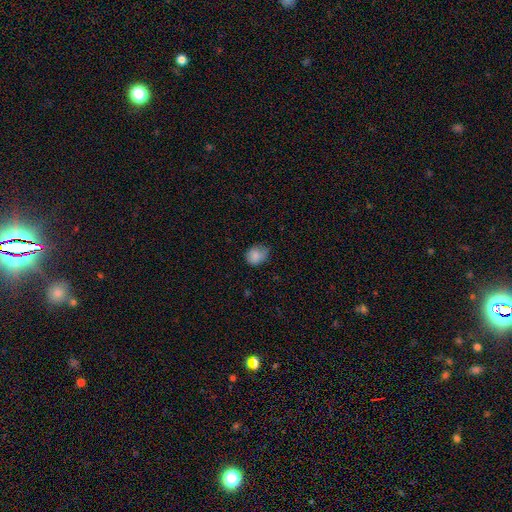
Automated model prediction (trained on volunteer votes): smooth-or-featured: smooth: 84% | star or artifact: 9% | featured or disk: 7%
  how-rounded: round: 56% | in between: 43% | cigar-shaped: 1%
  merging: none: 55% | minor disturbance: 36% | major disturbance: 8% | merger: 1%